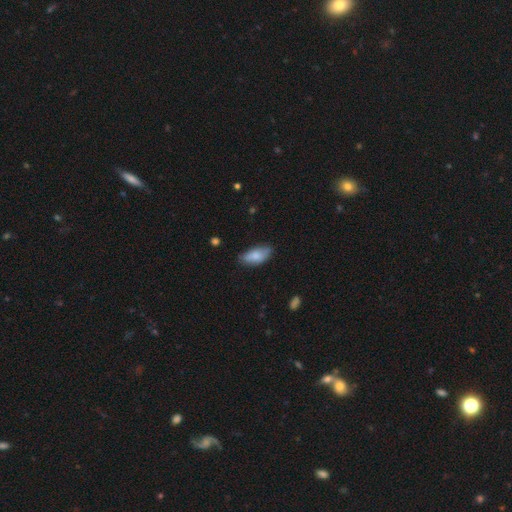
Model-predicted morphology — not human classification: A smooth galaxy with no disk features (79%) that is in between round and cigar-shaped (89%).

Vote fractions:
- Smooth or featured? smooth: 79% / featured or disk: 15% / star or artifact: 6%
- How rounded? in between: 89% / cigar-shaped: 8% / round: 2%
- Merging? none: 70% / minor disturbance: 25% / major disturbance: 4% / merger: 2%